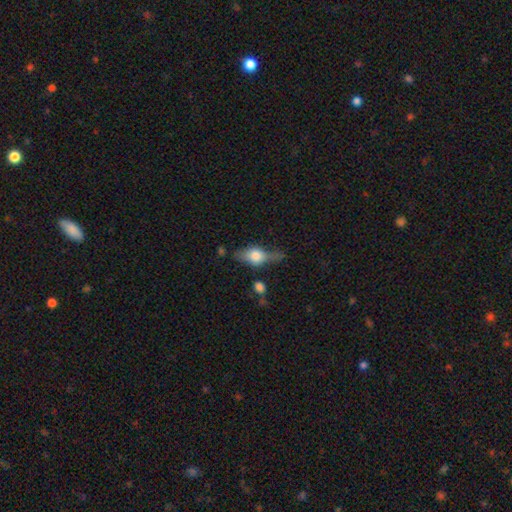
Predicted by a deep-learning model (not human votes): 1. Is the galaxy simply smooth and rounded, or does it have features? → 50% smooth, 41% featured or disk, 8% star or artifact.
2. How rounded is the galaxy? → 67% in between, 17% cigar-shaped, 16% round.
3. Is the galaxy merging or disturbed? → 48% none, 28% minor disturbance, 16% major disturbance, 8% merger.